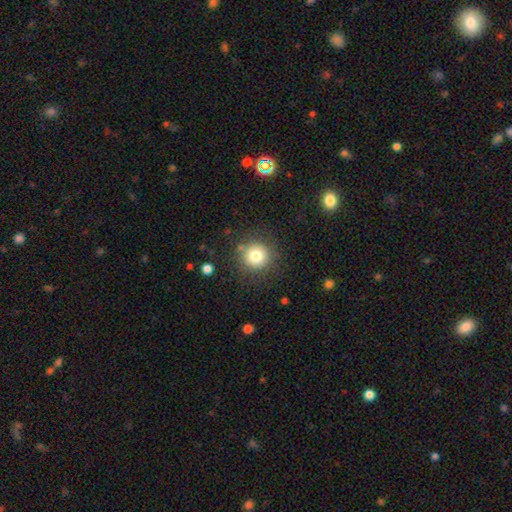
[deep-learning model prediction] This appears to be a smooth galaxy with no disk features (79%) that is round (94%). Merging: none (84%).